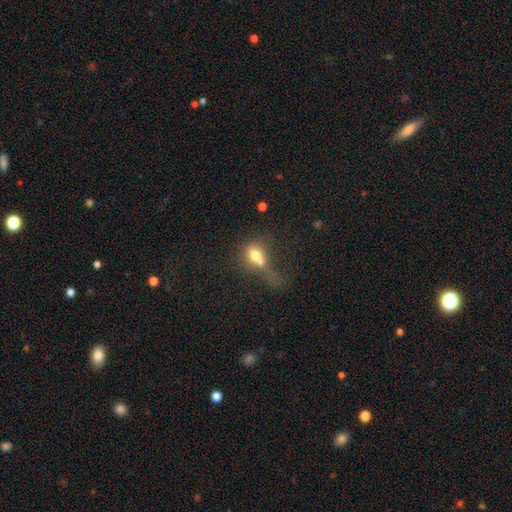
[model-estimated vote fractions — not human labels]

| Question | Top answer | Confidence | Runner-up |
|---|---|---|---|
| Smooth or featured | smooth | 68% | featured or disk (21%) |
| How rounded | in between | 50% | round (46%) |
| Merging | merger | 52% | major disturbance (20%) |